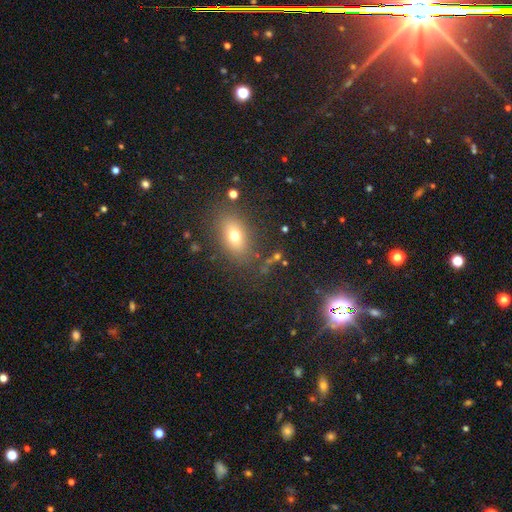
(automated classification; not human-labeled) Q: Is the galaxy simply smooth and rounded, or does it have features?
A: smooth — 43%.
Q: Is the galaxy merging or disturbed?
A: none — 80%.